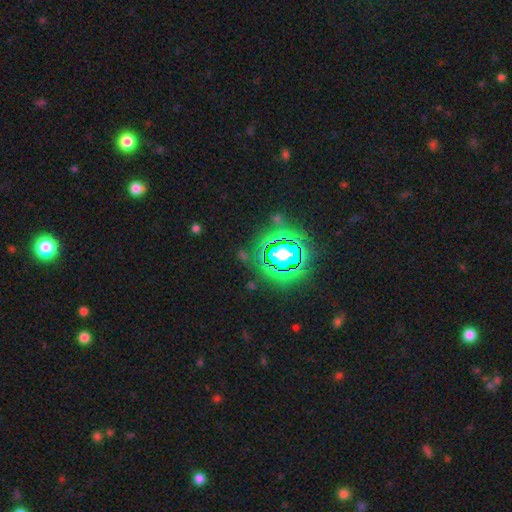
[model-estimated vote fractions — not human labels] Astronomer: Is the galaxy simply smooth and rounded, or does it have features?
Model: star or artifact — 76%.